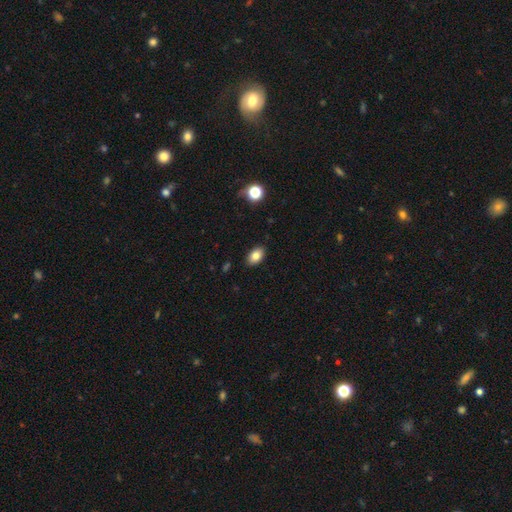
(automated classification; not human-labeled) Smooth or featured? Predicted: smooth (p=0.83). How rounded? Predicted: in between (p=0.88). Merging? Predicted: none (p=0.88).